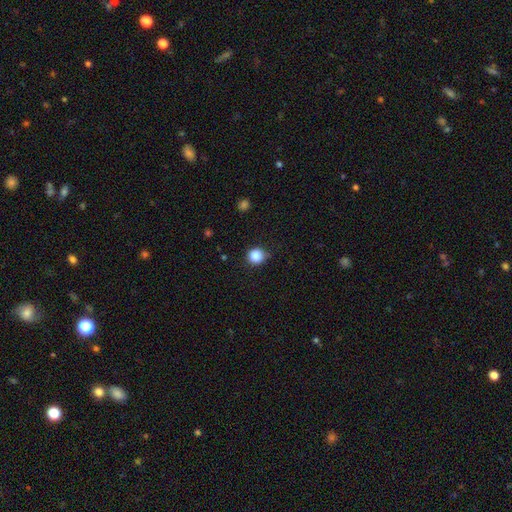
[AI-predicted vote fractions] smooth-or-featured: smooth: 86% | star or artifact: 10% | featured or disk: 3%
  how-rounded: round: 91% | in between: 8% | cigar-shaped: 1%
  merging: none: 82% | minor disturbance: 14% | major disturbance: 3% | merger: 1%